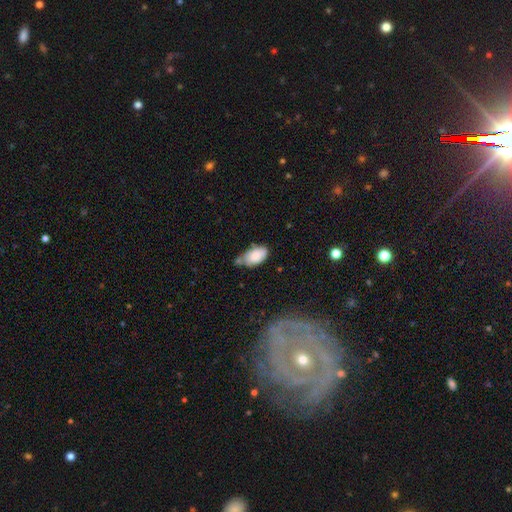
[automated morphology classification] Smooth or featured? smooth (77%)
How rounded? in between (93%)
Merging? none (40%)